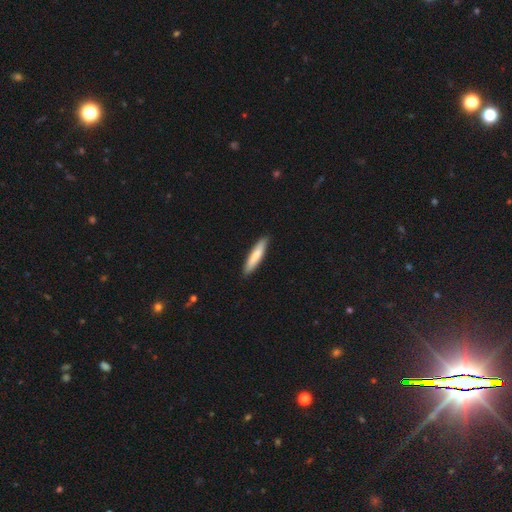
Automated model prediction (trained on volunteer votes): A smooth galaxy with no disk features (79%) that is cigar-shaped (85%). Merging: none (89%).